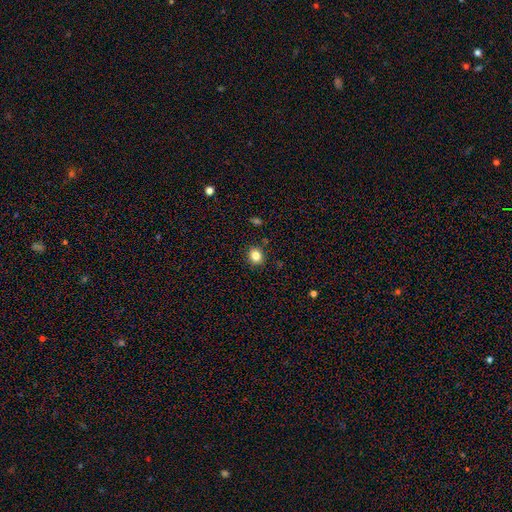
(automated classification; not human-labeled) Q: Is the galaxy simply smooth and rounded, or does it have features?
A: smooth — 83%.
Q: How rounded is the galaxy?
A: round — 82%.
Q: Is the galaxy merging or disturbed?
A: none — 90%.